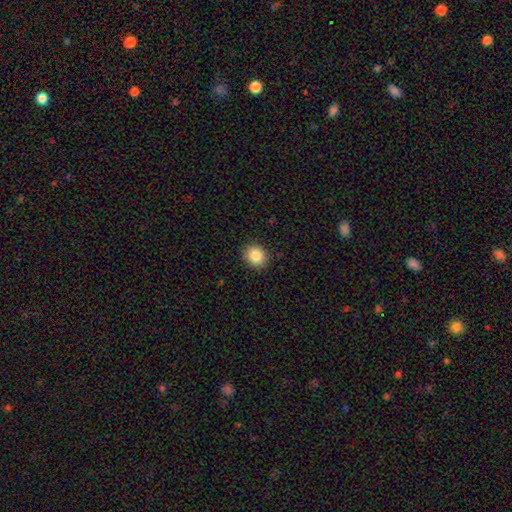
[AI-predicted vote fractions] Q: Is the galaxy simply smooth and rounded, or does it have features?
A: smooth — 85%.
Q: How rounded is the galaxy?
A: round — 73%.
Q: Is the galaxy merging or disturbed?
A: none — 90%.